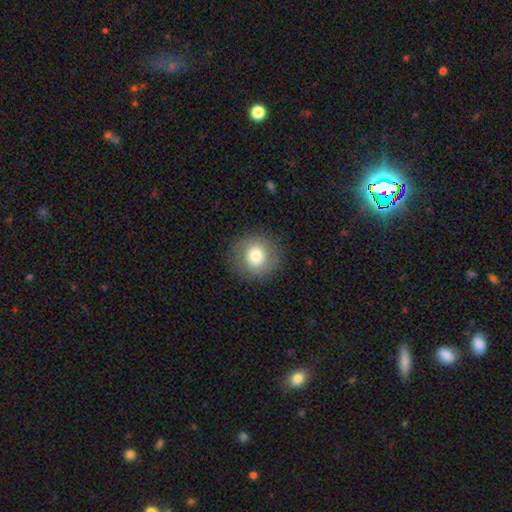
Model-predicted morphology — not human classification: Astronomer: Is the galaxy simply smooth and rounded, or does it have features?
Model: smooth — 76%.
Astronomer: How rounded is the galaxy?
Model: round — 91%.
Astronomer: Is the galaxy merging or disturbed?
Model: none — 88%.